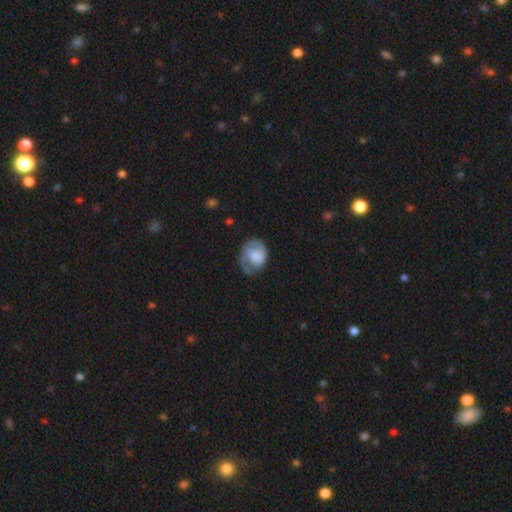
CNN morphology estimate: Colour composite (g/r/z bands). It shows a featured or disk galaxy (50%). Merging: none (47%).